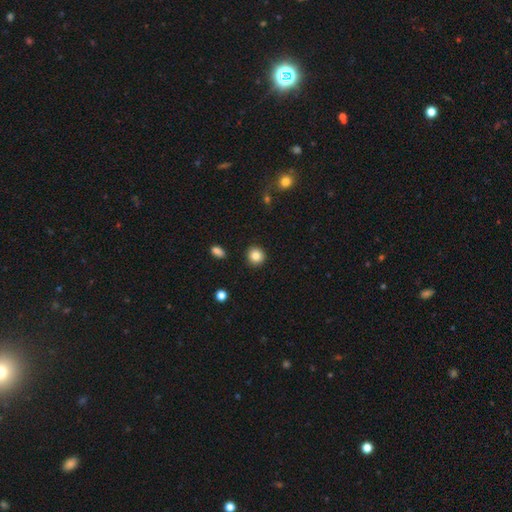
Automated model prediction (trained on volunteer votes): smooth_or_featured: smooth (p=0.85) [alt: star or artifact p=0.09]
how_rounded: round (p=0.91) [alt: in between p=0.08]
merging: none (p=0.92) [alt: minor disturbance p=0.05]